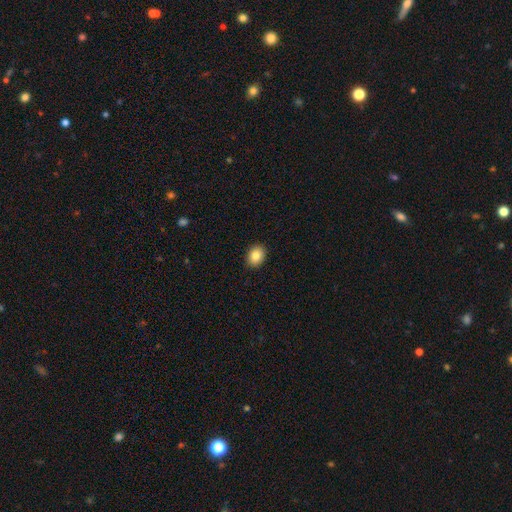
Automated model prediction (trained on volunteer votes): This appears to be a smooth galaxy with no disk features (86%) that is in between round and cigar-shaped (62%). Merging: none (91%).